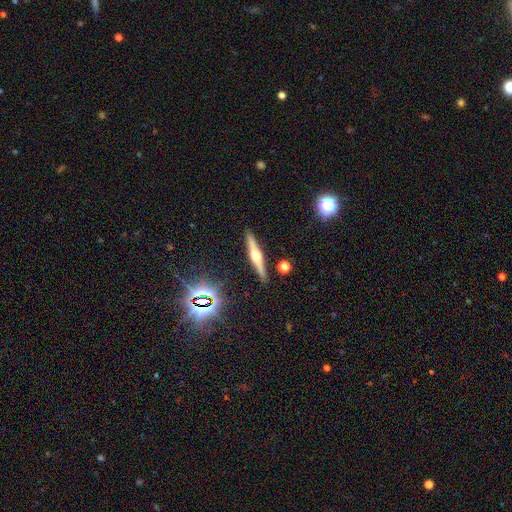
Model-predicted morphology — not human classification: Overall: featured or disk (71%). Edge-on disk: yes (98%). Edge-on bulge: rounded (92%). Merging: none (91%).